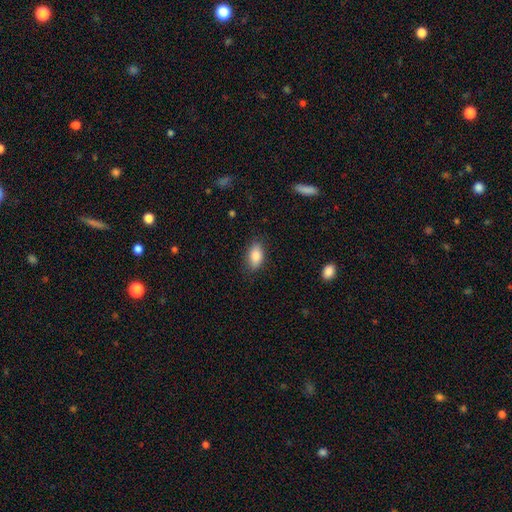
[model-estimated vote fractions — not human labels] The model was most divided on "merging": none: 82%, minor disturbance: 13%, major disturbance: 3%, merger: 1%. More confident: how rounded — in between (90%); smooth or featured — smooth (85%).